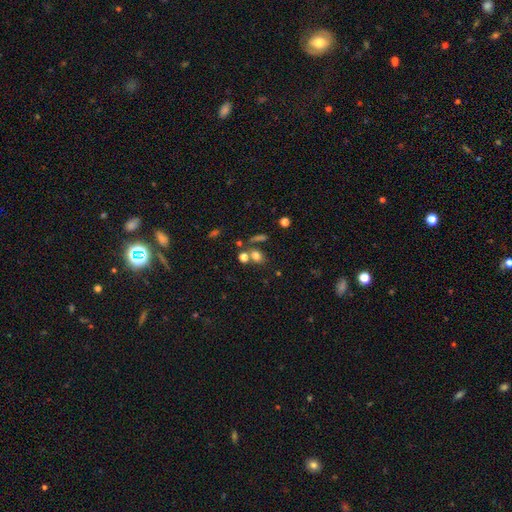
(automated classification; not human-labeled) Smooth or featured: smooth — 73% (star or artifact — 16%)
How rounded: in between — 49% (round — 48%)
Merging: none — 57% (merger — 27%)